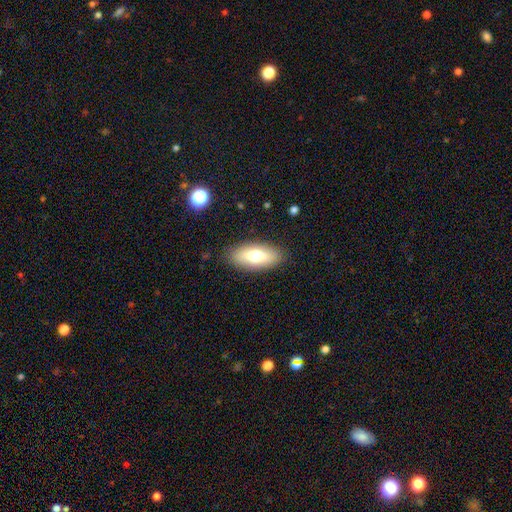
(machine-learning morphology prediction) Q: Smooth or featured?
A: smooth (68%); runner-up: featured or disk (25%)
Q: How rounded?
A: in between (83%); runner-up: cigar-shaped (13%)
Q: Merging?
A: none (86%); runner-up: minor disturbance (10%)